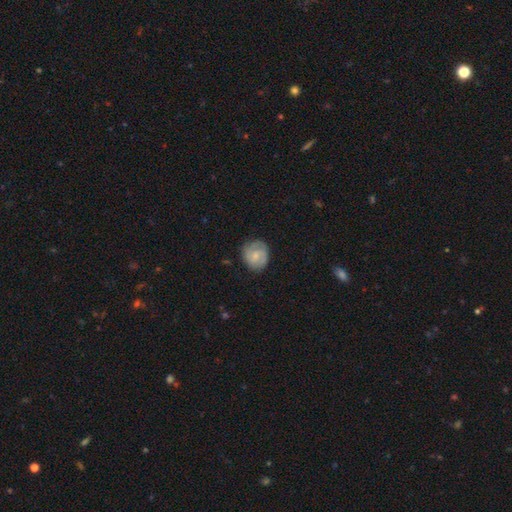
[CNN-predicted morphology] Q: Smooth or featured?
A: featured or disk (51%); runner-up: smooth (43%)
Q: Edge-on disk?
A: no (98%); runner-up: yes (2%)
Q: Merging?
A: none (78%); runner-up: minor disturbance (17%)